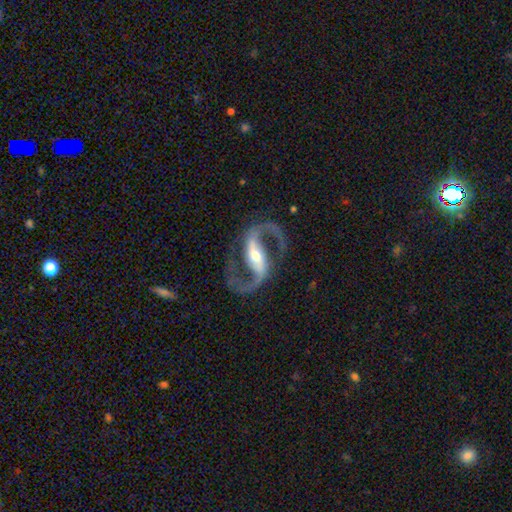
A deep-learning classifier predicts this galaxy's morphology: featured or disk 94%, star or artifact 4%, smooth 3%. Down the decision tree: edge-on disk — no (97%); bar — strong (61%); spiral arms — yes (98%); spiral arm count — 2 (95%); spiral winding — medium (50%); bulge size — moderate (54%); merging — none (81%).